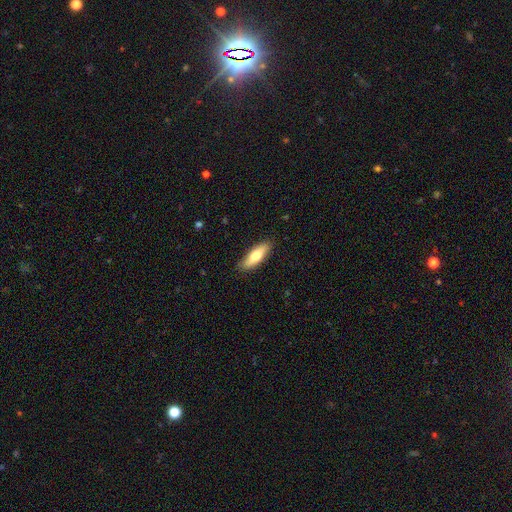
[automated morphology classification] This appears to be a smooth galaxy with no disk features (70%) that is in between round and cigar-shaped (57%). Merging: none (86%).